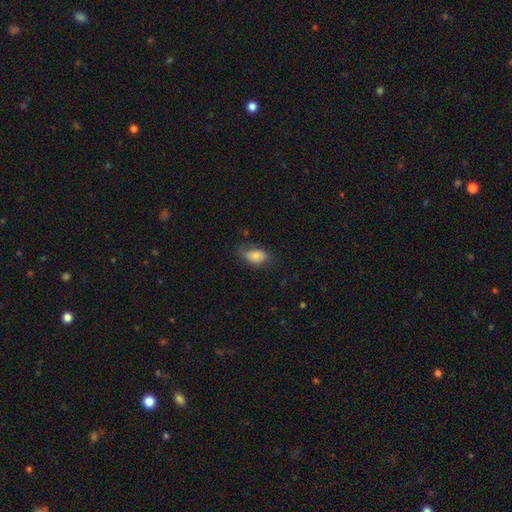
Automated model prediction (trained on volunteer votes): Smooth or featured: smooth — 79% (featured or disk — 13%)
How rounded: in between — 89% (round — 8%)
Merging: none — 61% (minor disturbance — 28%)